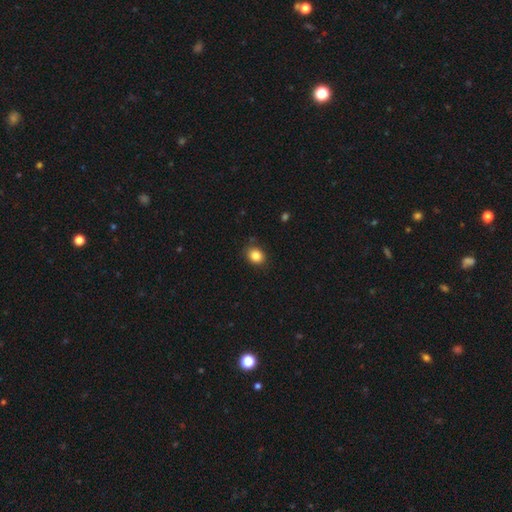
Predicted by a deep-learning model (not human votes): Overall: smooth (85%). How rounded: in between (50%; round 49%). Merging: none (85%).